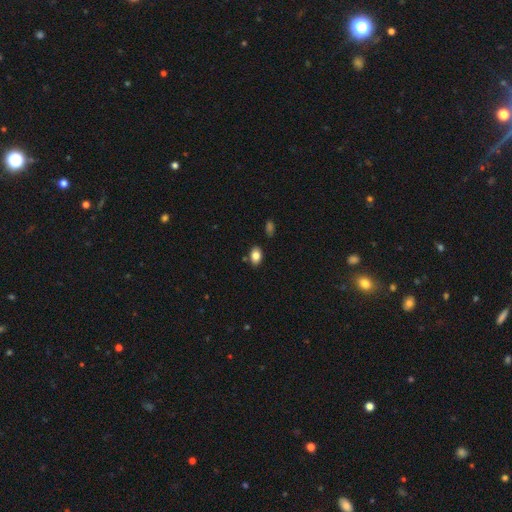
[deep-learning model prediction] A smooth galaxy with no disk features (83%) that is in between round and cigar-shaped (84%).

Vote fractions:
- Smooth or featured? smooth: 83% / star or artifact: 9% / featured or disk: 8%
- How rounded? in between: 84% / round: 14% / cigar-shaped: 1%
- Merging? none: 82% / minor disturbance: 12% / merger: 4% / major disturbance: 2%